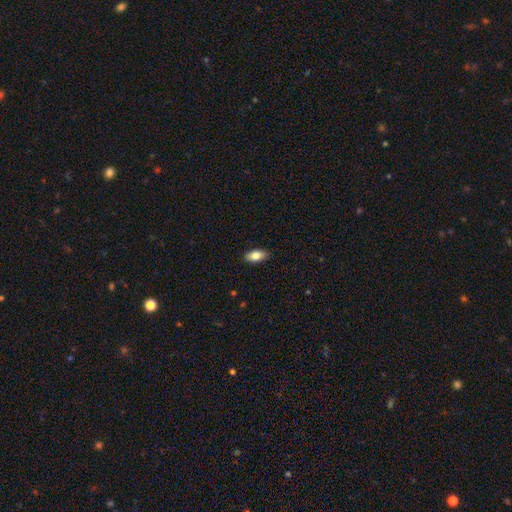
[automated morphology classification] Smooth or featured? smooth (80%)
How rounded? in between (88%)
Merging? none (89%)